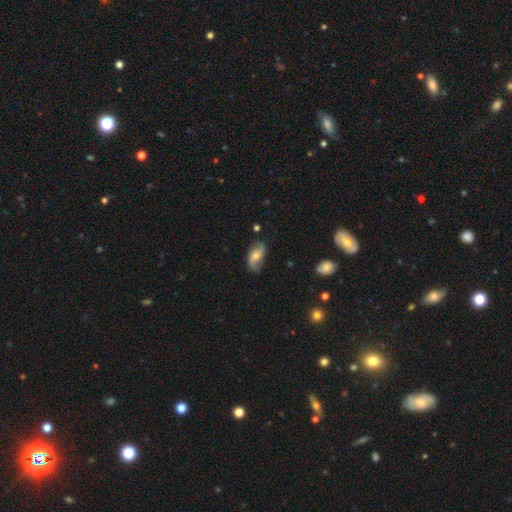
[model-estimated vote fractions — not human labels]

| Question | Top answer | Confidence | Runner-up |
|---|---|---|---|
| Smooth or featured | featured or disk | 52% | smooth (40%) |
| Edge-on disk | no | 93% | yes (7%) |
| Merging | none | 70% | minor disturbance (22%) |